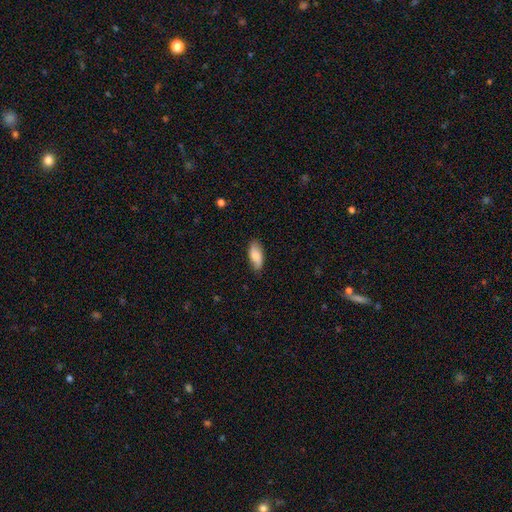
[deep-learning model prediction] A smooth galaxy with no disk features (74%) that is in between round and cigar-shaped (86%).

Vote fractions:
- Smooth or featured? smooth: 74% / featured or disk: 20% / star or artifact: 6%
- How rounded? in between: 86% / cigar-shaped: 12% / round: 2%
- Merging? none: 80% / minor disturbance: 16% / major disturbance: 3% / merger: 1%